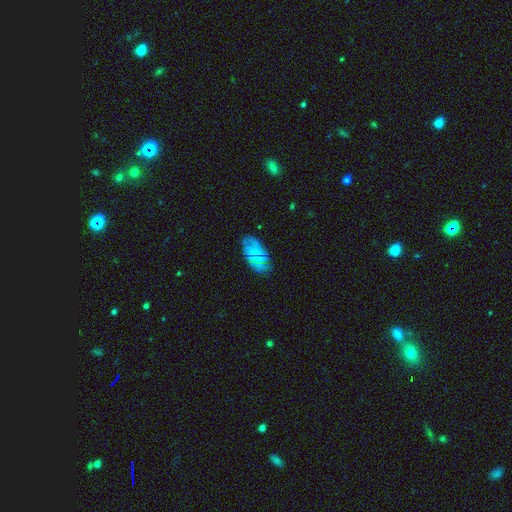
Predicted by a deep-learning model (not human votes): smooth-or-featured: smooth: 52% | featured or disk: 39% | star or artifact: 9%
  how-rounded: in between: 93% | round: 4% | cigar-shaped: 4%
  merging: none: 70% | minor disturbance: 22% | major disturbance: 7% | merger: 2%